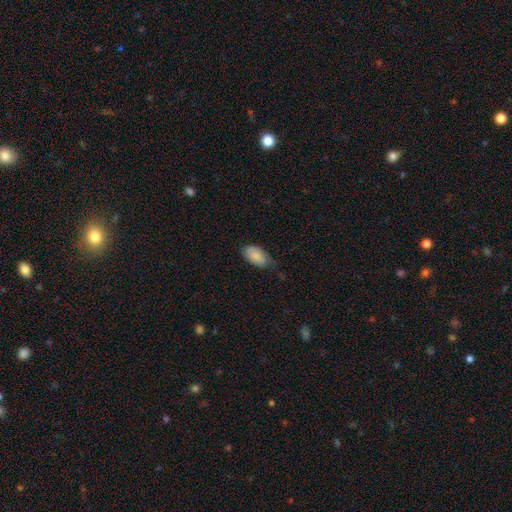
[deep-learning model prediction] The model was most divided on "merging": none: 55%, minor disturbance: 36%, major disturbance: 7%, merger: 1%. More confident: how rounded — in between (94%); smooth or featured — smooth (83%).